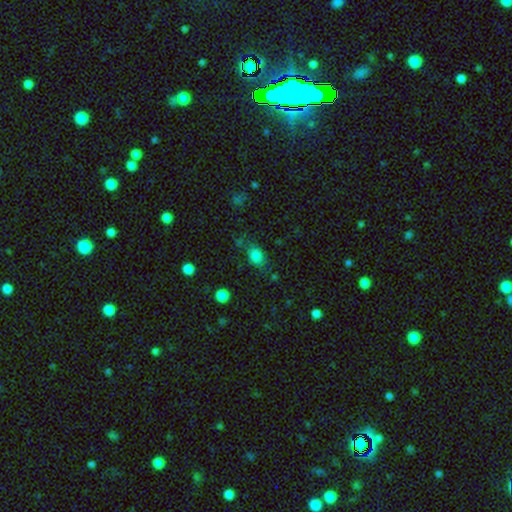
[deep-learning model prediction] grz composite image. It shows a smooth galaxy with no disk features (82%) that is in between round and cigar-shaped (73%). Merging: none (71%).